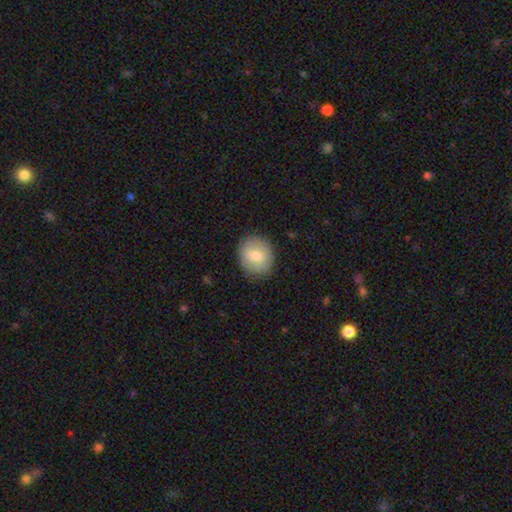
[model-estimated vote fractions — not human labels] Smooth or featured? smooth (73%)
How rounded? round (73%)
Merging? none (86%)